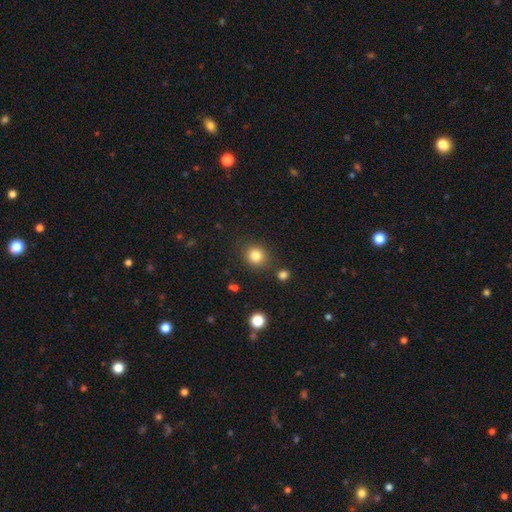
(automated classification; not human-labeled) Smooth or featured? Predicted: smooth (p=0.83). How rounded? Predicted: round (p=0.87). Merging? Predicted: none (p=0.85).